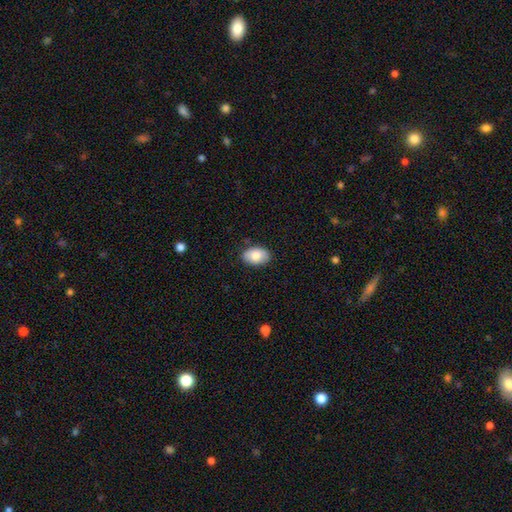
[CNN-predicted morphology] A smooth galaxy with no disk features (81%) that is in between round and cigar-shaped (88%). Merging: none (85%).